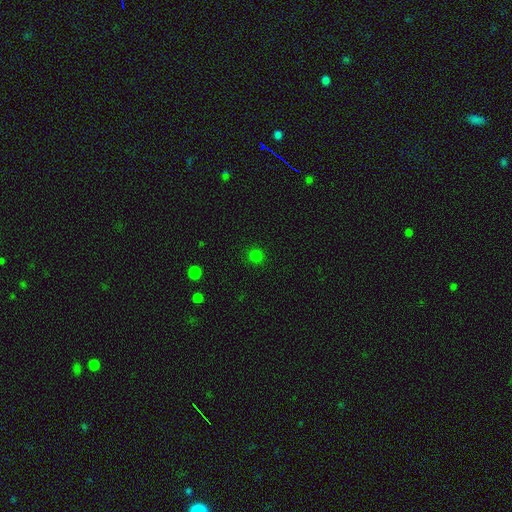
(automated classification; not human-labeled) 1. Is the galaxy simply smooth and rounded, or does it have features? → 78% smooth, 19% star or artifact, 3% featured or disk.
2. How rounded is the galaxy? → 93% round, 6% in between, 1% cigar-shaped.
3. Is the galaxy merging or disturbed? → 91% none, 6% minor disturbance, 2% major disturbance, 1% merger.